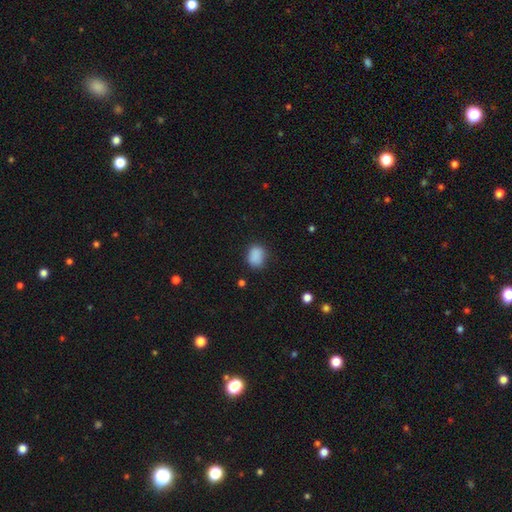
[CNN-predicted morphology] smooth 87%, star or artifact 9%, featured or disk 3%. Down the decision tree: how rounded — in between (58%); merging — none (79%).